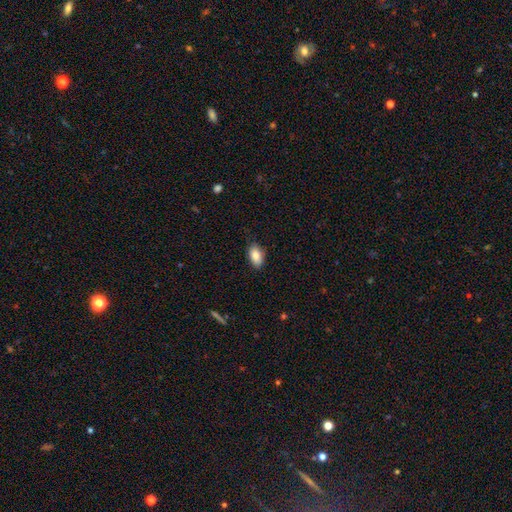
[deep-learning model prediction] Smooth or featured: smooth — 86% (star or artifact — 7%)
How rounded: in between — 92% (round — 5%)
Merging: none — 82% (minor disturbance — 14%)